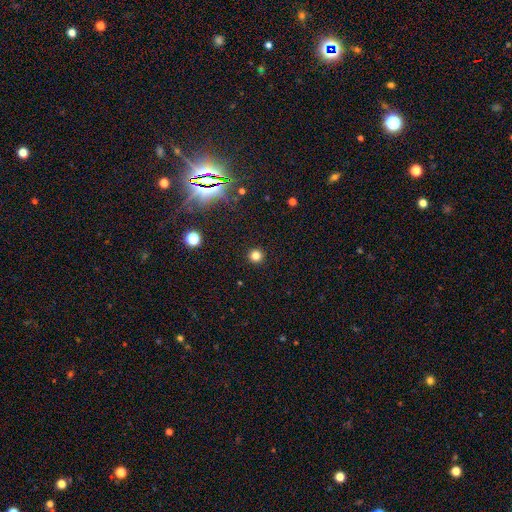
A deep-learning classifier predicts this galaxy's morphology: A smooth galaxy with no disk features (79%) that is round (96%).

Vote fractions:
- Smooth or featured? smooth: 79% / star or artifact: 16% / featured or disk: 5%
- How rounded? round: 96% / in between: 3% / cigar-shaped: 1%
- Merging? none: 93% / minor disturbance: 4% / major disturbance: 2% / merger: 1%